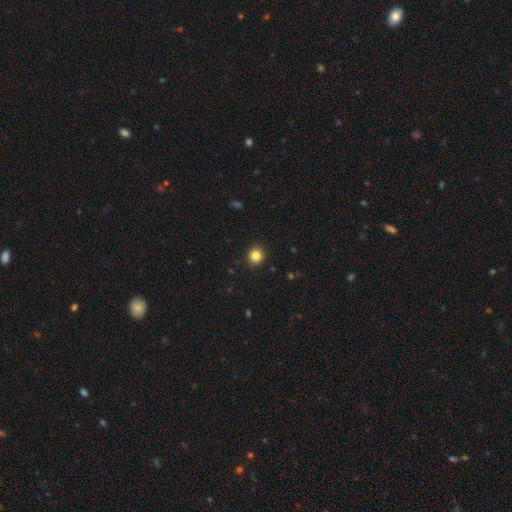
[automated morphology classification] smooth_or_featured: smooth (p=0.84) [alt: star or artifact p=0.12]
how_rounded: round (p=0.91) [alt: in between p=0.08]
merging: none (p=0.92) [alt: minor disturbance p=0.05]